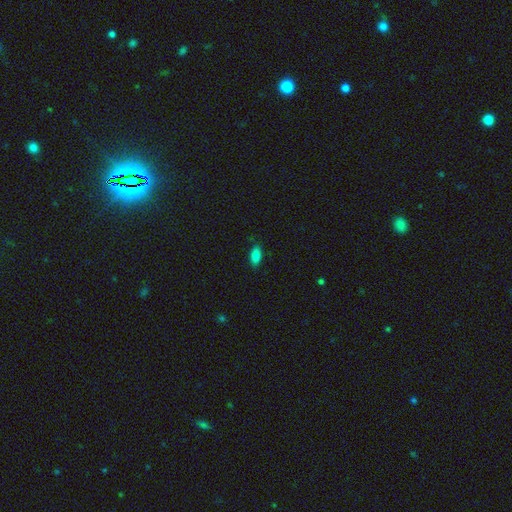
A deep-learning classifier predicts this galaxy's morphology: smooth-or-featured: smooth: 86% | star or artifact: 9% | featured or disk: 6%
  how-rounded: in between: 87% | cigar-shaped: 10% | round: 3%
  merging: none: 84% | minor disturbance: 13% | major disturbance: 2% | merger: 1%